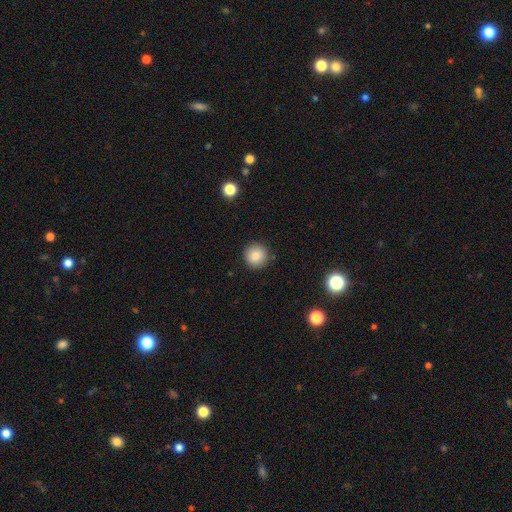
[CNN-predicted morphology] A smooth galaxy with no disk features (87%) that is round (94%). Merging: none (91%).